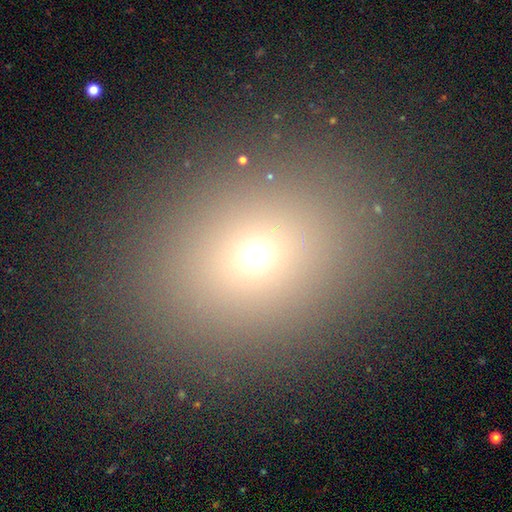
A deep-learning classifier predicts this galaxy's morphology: Q: Smooth or featured?
A: smooth (67%); runner-up: star or artifact (23%)
Q: How rounded?
A: round (53%); runner-up: in between (46%)
Q: Merging?
A: none (85%); runner-up: minor disturbance (8%)